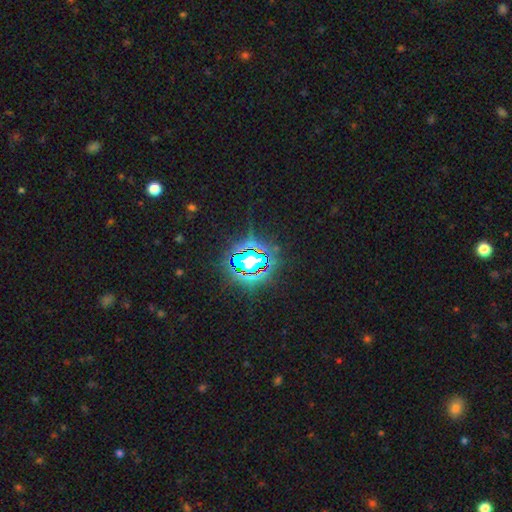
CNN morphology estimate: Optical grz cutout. It shows a star or artifact, not a galaxy (80%).